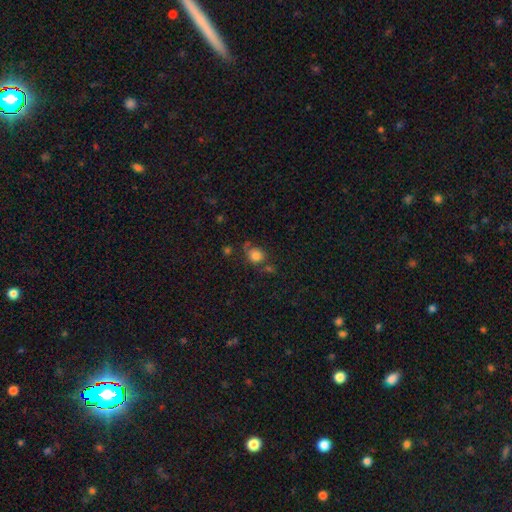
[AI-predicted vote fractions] Smooth or featured?
  - smooth: 77% *
  - star or artifact: 13%
  - featured or disk: 10%
How rounded?
  - round: 71% *
  - in between: 28%
  - cigar-shaped: 1%
Merging?
  - none: 55% *
  - minor disturbance: 21%
  - merger: 12%
  - major disturbance: 11%